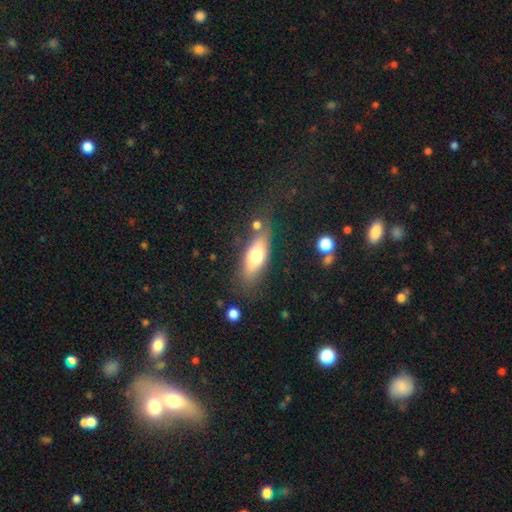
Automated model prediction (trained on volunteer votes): A smooth galaxy with no disk features (68%) that is in between round and cigar-shaped (69%). Merging: none (72%).